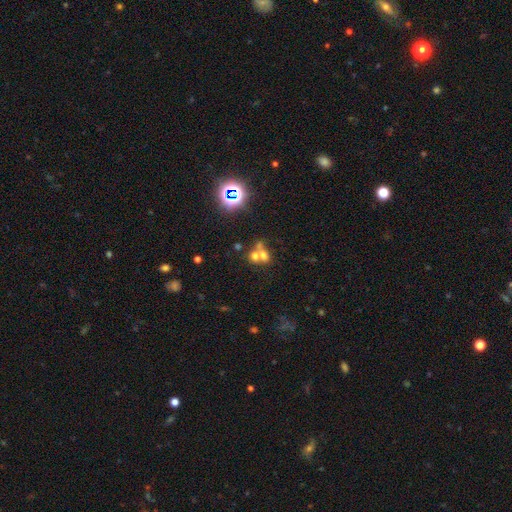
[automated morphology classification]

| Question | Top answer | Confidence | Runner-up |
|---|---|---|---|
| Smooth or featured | smooth | 53% | star or artifact (26%) |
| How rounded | round | 66% | in between (32%) |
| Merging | merger | 61% | none (29%) |